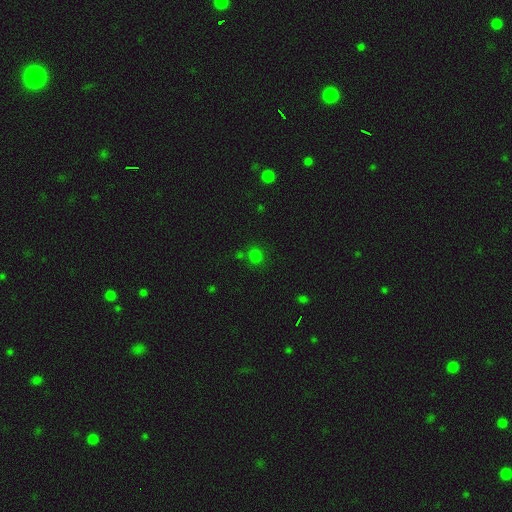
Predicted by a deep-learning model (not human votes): Overall: smooth (71%). How rounded: round (89%). Merging: none (78%).